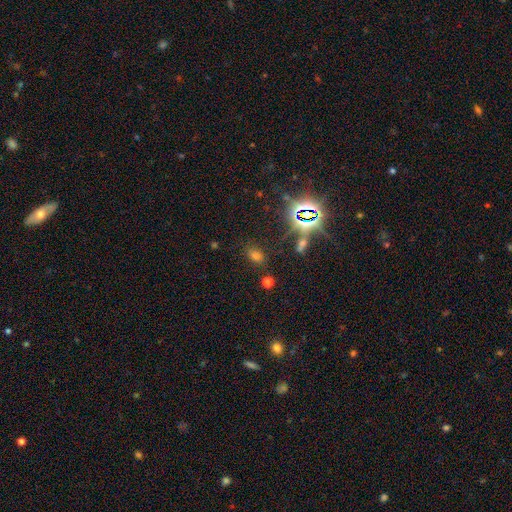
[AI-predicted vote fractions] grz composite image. It shows a smooth galaxy with no disk features (53%) that is in between round and cigar-shaped (81%). Merging: none (80%).